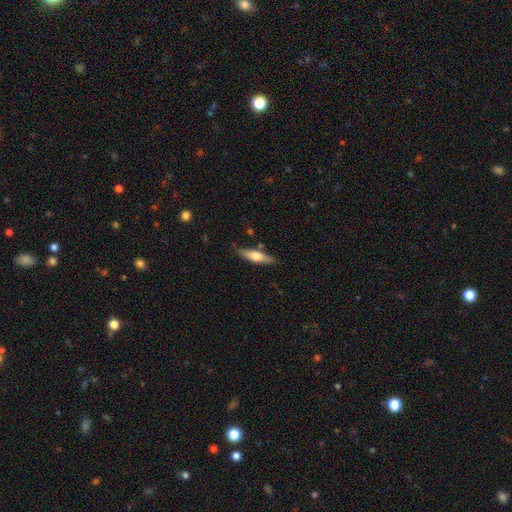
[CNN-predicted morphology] smooth 52%, featured or disk 42%, star or artifact 6%. Down the decision tree: how rounded — cigar-shaped (68%); merging — none (81%).